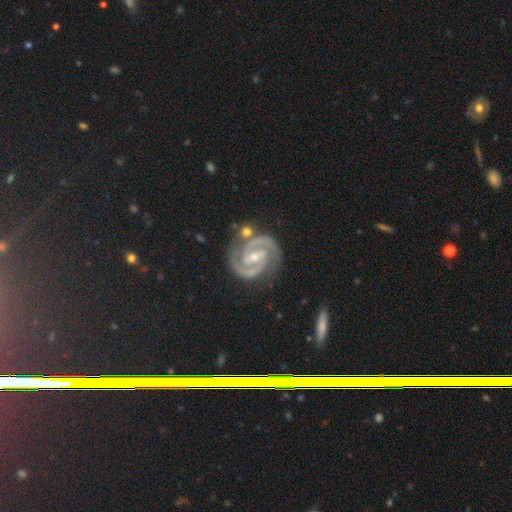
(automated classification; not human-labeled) A featured or disk galaxy (92%) with a strong bar (43%), 2 (93%) tight (57%) spiral arms (99%) and a small central bulge (54%).

Vote fractions:
- Smooth or featured? featured or disk: 92% / star or artifact: 5% / smooth: 3%
- Edge-on disk? no: 98% / yes: 2%
- Bar? strong: 43% / weak: 40% / no: 17%
- Spiral arms? yes: 99% / no: 1%
- Spiral winding? tight: 57% / medium: 39% / loose: 4%
- Spiral arm count? 2: 93% / 3: 2% / can't tell: 2% / 1: 1% / 4: 1% / more than 4: 1%
- Bulge size? small: 54% / moderate: 42% / none: 2% / large: 1% / dominant: 1%
- Merging? none: 79% / minor disturbance: 13% / merger: 5% / major disturbance: 3%